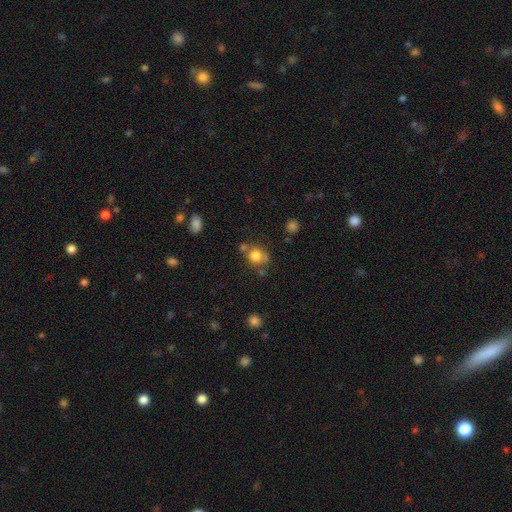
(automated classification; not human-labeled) Smooth or featured: smooth — 80% (star or artifact — 11%)
How rounded: round — 77% (in between — 22%)
Merging: none — 57% (merger — 20%)